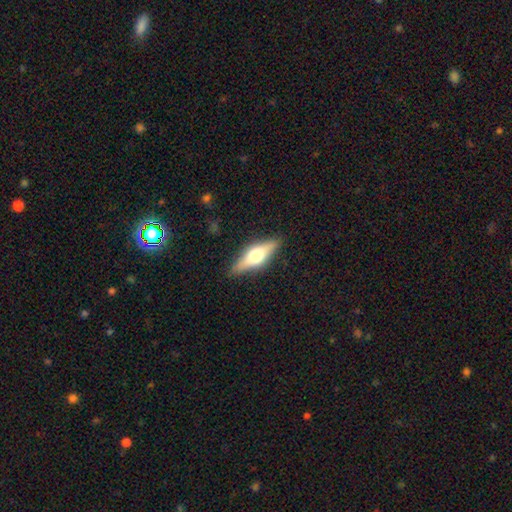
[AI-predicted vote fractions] Overall: featured or disk (53%; smooth 41%). Edge-on disk: yes (92%). Merging: none (88%).